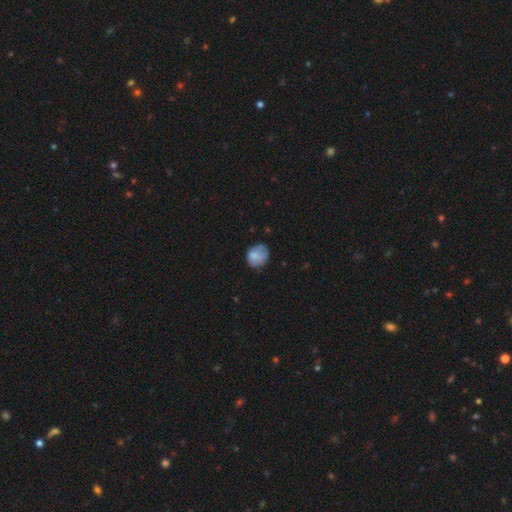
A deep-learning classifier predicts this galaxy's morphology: smooth 77%, featured or disk 15%, star or artifact 8%. Down the decision tree: how rounded — round (65%); merging — none (59%).